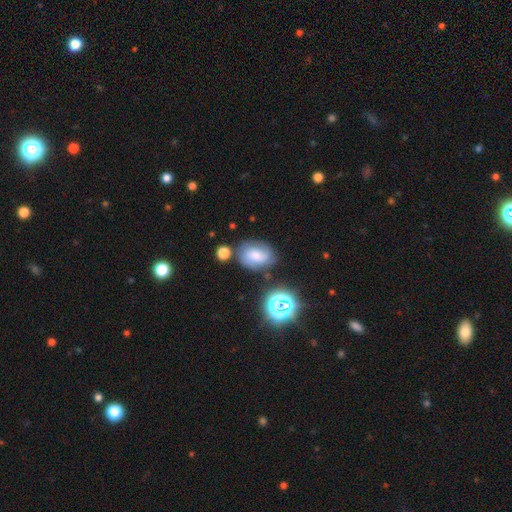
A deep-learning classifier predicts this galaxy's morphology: type=smooth (44%); merging=none (66%).